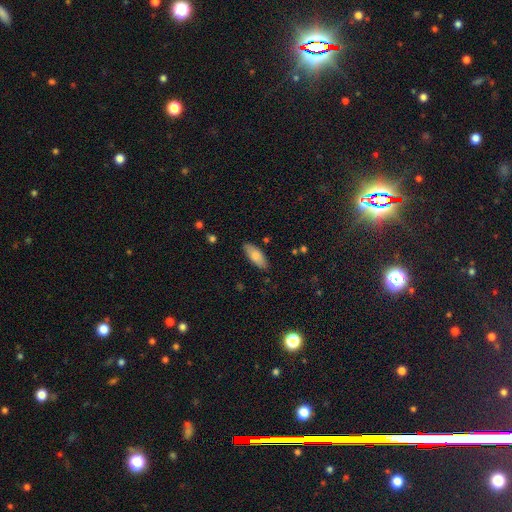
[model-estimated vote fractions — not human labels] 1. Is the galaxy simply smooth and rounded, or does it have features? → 75% smooth, 19% featured or disk, 6% star or artifact.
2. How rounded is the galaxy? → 80% in between, 18% cigar-shaped, 2% round.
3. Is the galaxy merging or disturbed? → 86% none, 11% minor disturbance, 2% major disturbance, 1% merger.